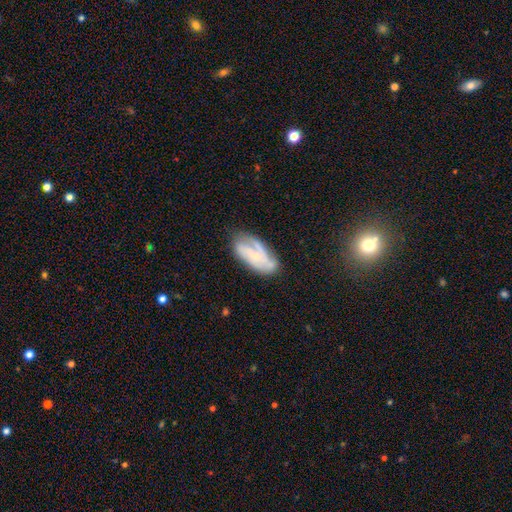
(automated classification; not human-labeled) Smooth or featured? featured or disk (68%)
Edge-on disk? no (94%)
Bar? no (62%)
Spiral arms? yes (87%)
Spiral winding? medium (41%, tied with tight)
Spiral arm count? 2 (33%)
Bulge size? small (73%)
Merging? none (62%)